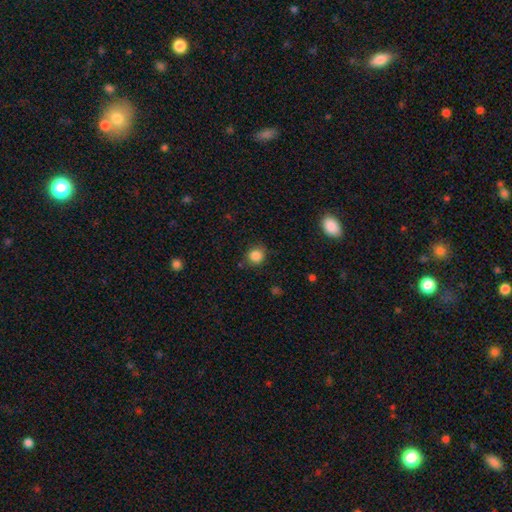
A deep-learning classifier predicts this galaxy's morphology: A smooth galaxy with no disk features (85%) that is round (88%). Merging: none (82%).